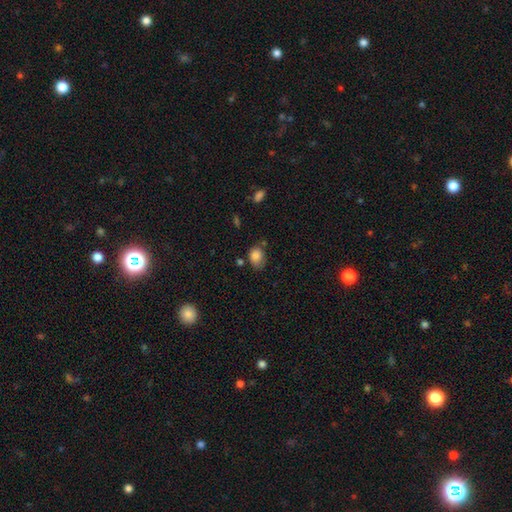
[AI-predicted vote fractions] smooth_or_featured: smooth (p=0.84) [alt: star or artifact p=0.09]
how_rounded: in between (p=0.63) [alt: round p=0.36]
merging: none (p=0.52) [alt: minor disturbance p=0.32]